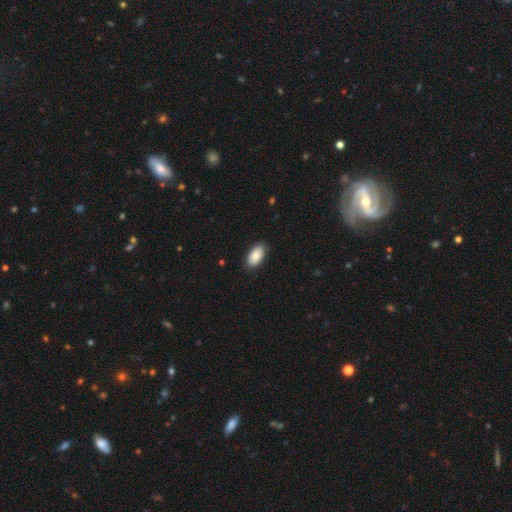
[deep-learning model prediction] This is clearly a smooth galaxy (86%). How rounded: clearly in between (94%). Merging: clearly none (87%).